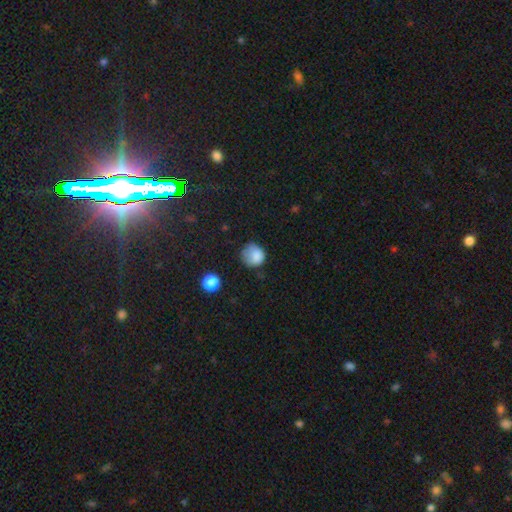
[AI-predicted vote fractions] Smooth or featured? Predicted: smooth (p=0.82). How rounded? Predicted: round (p=0.80). Merging? Predicted: none (p=0.54).